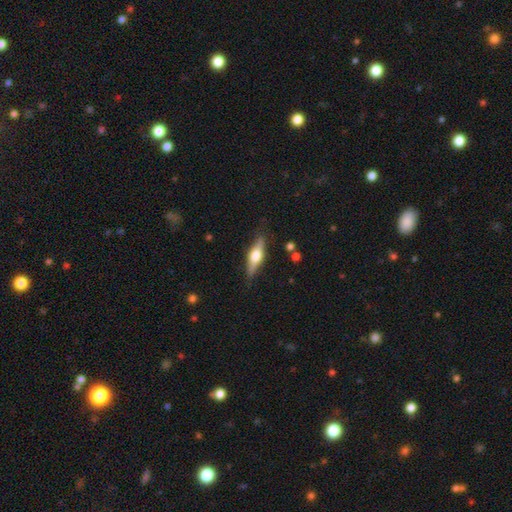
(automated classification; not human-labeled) Smooth or featured? Predicted: featured or disk (p=0.58). Edge-on disk? Predicted: yes (p=0.94). Edge-on bulge? Predicted: rounded (p=0.92). Merging? Predicted: none (p=0.83).